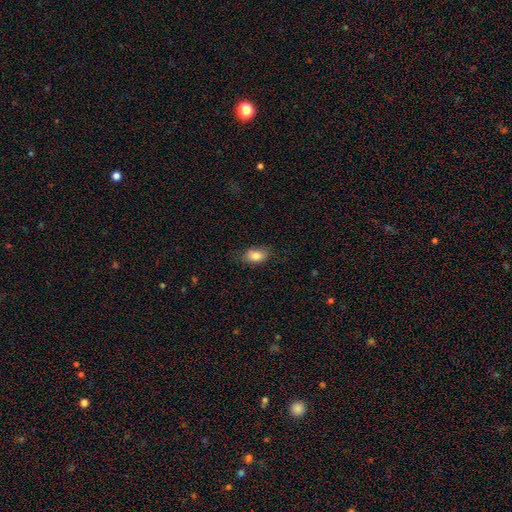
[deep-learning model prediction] Smooth or featured: smooth — 83% (featured or disk — 9%)
How rounded: in between — 87% (round — 11%)
Merging: none — 74% (minor disturbance — 20%)